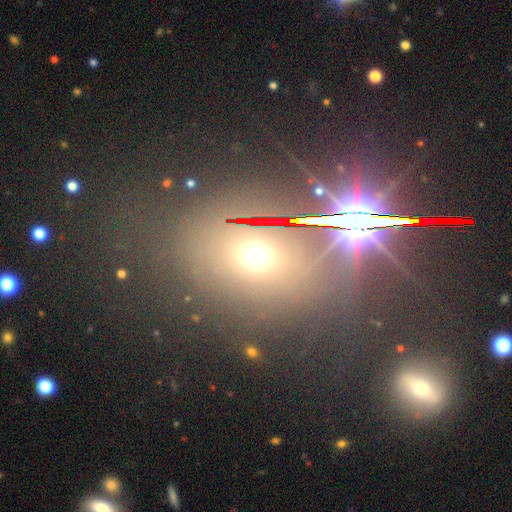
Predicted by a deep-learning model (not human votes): smooth 46%, star or artifact 38%, featured or disk 16%. Down the decision tree: merging — none (76%).